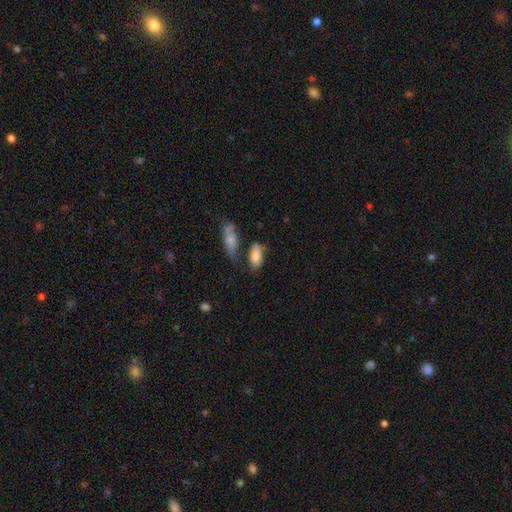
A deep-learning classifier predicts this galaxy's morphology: This is clearly a smooth galaxy (81%). How rounded: clearly in between (89%). Merging: possibly none (53%).